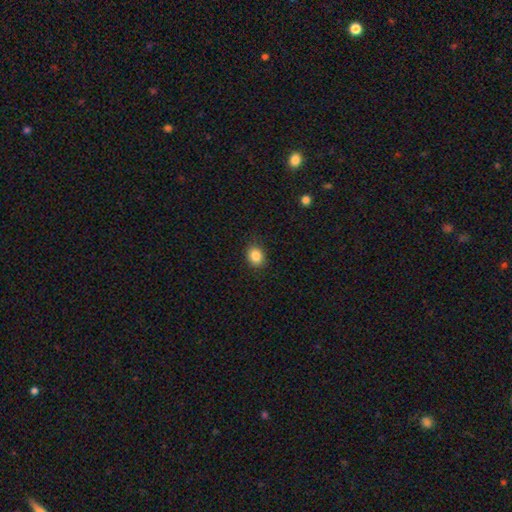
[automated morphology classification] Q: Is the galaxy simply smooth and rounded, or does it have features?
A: smooth — 86%.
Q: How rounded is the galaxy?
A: round — 57%.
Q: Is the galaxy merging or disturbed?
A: none — 88%.